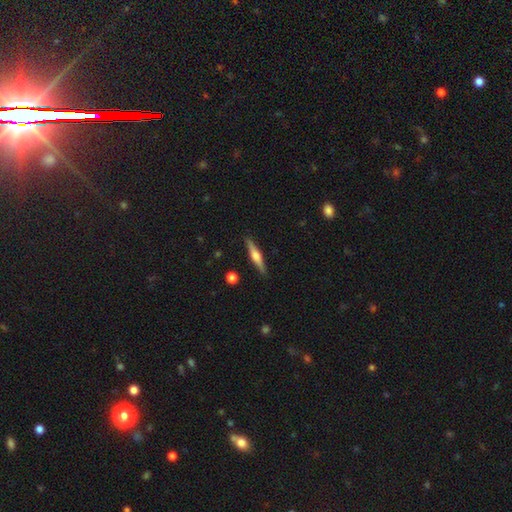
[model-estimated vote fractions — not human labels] Morphology: type=featured or disk (67%); edge-on=yes (98%); edge-on bulge=rounded (86%); merging=none (90%).